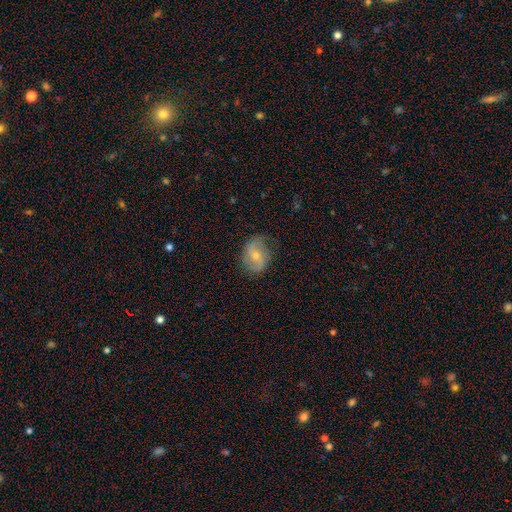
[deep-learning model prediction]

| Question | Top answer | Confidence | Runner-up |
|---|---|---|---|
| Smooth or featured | featured or disk | 62% | smooth (31%) |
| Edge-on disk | no | 97% | yes (3%) |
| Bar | weak | 42% | no (40%) |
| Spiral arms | yes | 83% | no (17%) |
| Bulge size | small | 50% | moderate (46%) |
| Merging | none | 72% | minor disturbance (20%) |